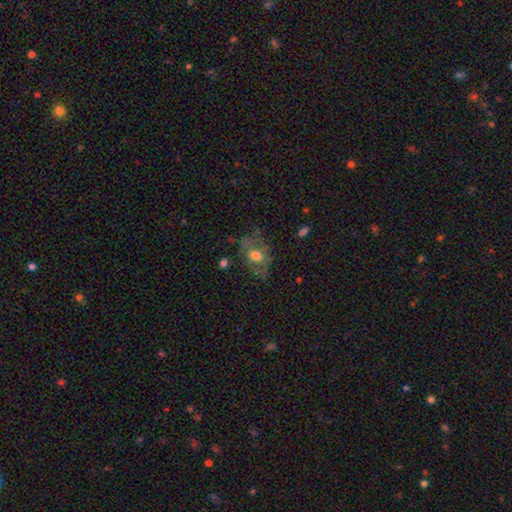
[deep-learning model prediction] This appears to be a smooth galaxy with no disk features (46%). Merging: none (55%).